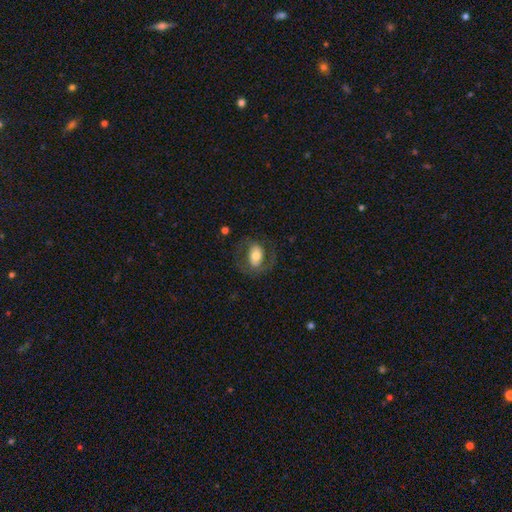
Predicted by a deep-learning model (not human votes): This appears to be a smooth galaxy with no disk features (50%) that is in between round and cigar-shaped (79%). Merging: none (67%).